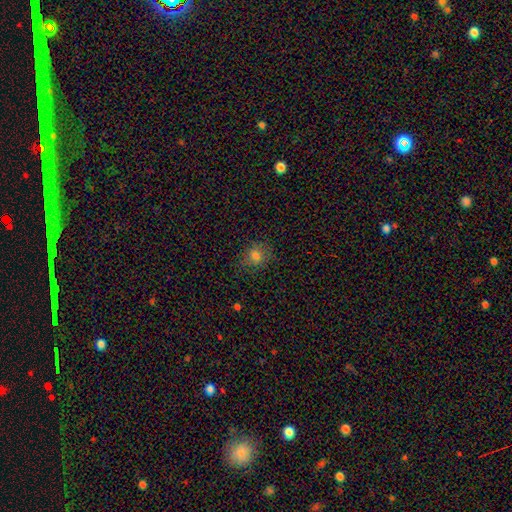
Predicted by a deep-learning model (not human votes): Q: Smooth or featured?
A: smooth (76%); runner-up: star or artifact (16%)
Q: How rounded?
A: round (72%); runner-up: in between (27%)
Q: Merging?
A: none (79%); runner-up: minor disturbance (15%)